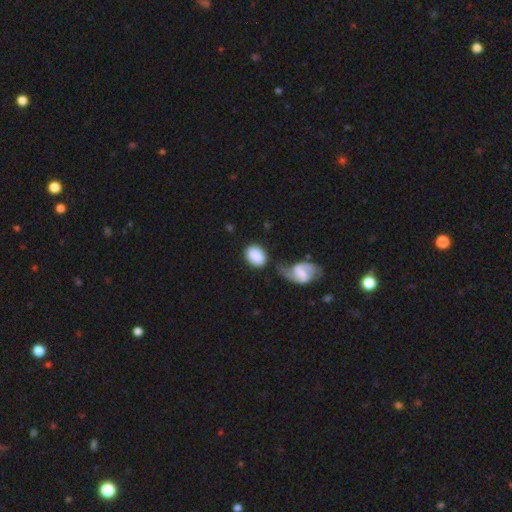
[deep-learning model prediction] This is clearly a smooth galaxy (82%). How rounded: likely in between (70%). Merging: possibly none (53%).